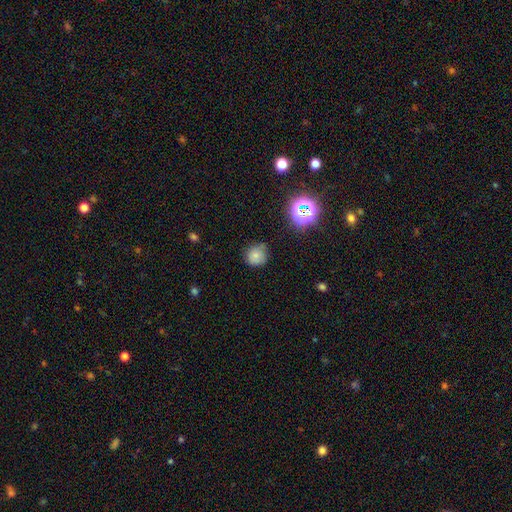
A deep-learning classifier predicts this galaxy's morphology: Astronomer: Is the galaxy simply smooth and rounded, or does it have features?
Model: smooth — 73%.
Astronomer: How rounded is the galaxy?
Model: round — 88%.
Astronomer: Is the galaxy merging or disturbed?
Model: none — 72%.